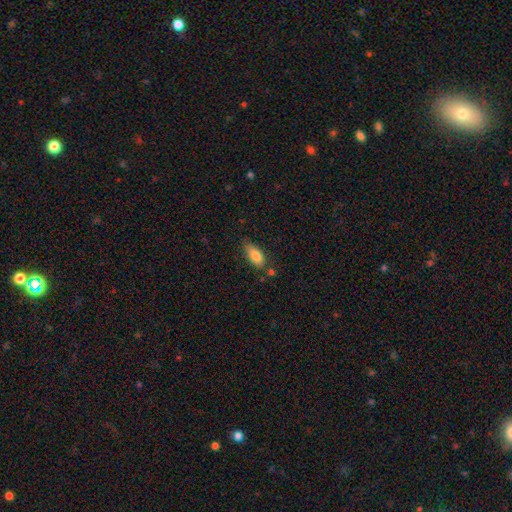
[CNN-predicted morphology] type=smooth (83%); roundness=in between (83%); merging=none (68%).